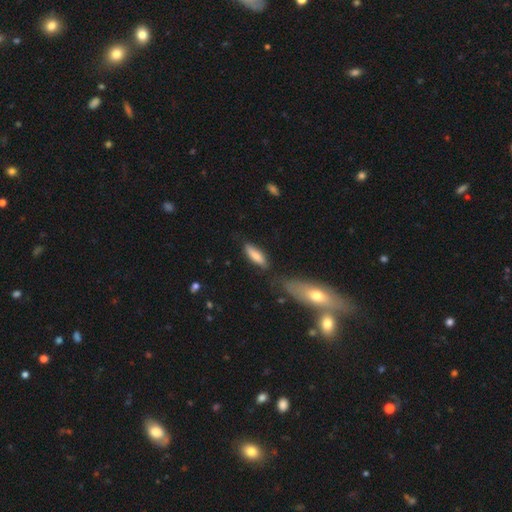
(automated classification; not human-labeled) Smooth or featured? smooth (77%)
How rounded? cigar-shaped (55%)
Merging? none (71%)